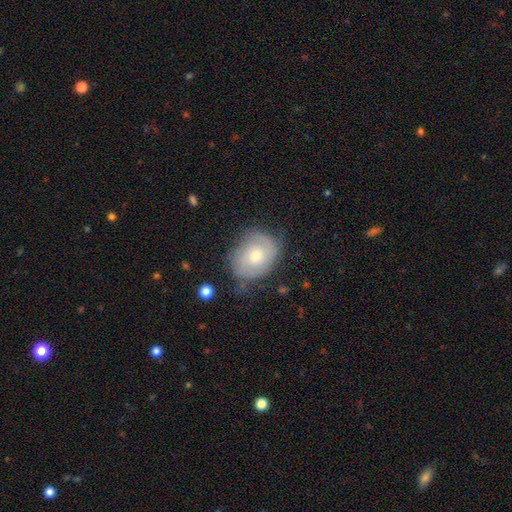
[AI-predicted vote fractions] featured or disk 49%, smooth 44%, star or artifact 7%. Down the decision tree: merging — none (64%).